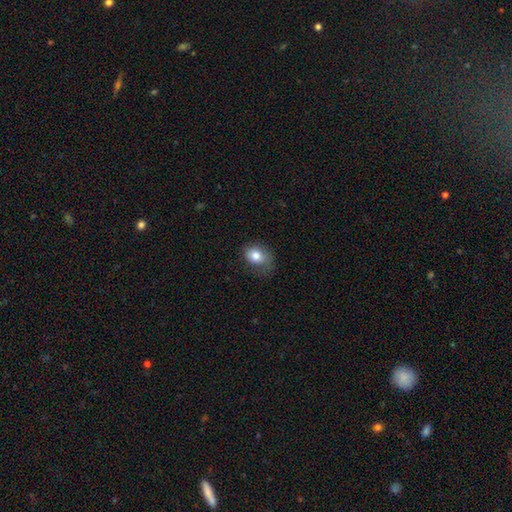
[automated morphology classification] Smooth or featured: smooth — 81% (featured or disk — 10%)
How rounded: in between — 61% (round — 38%)
Merging: none — 51% (minor disturbance — 32%)